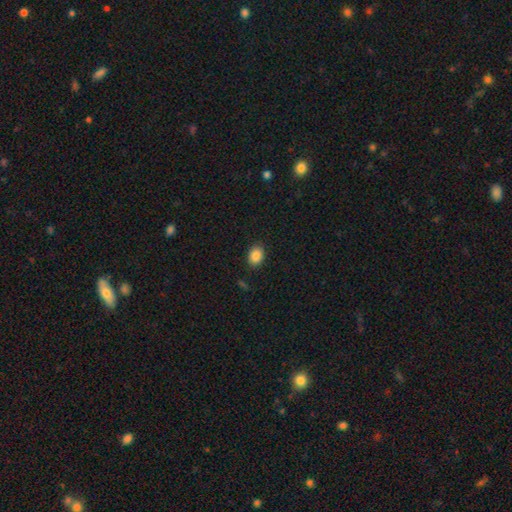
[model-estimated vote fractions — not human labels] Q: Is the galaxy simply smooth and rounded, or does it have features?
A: smooth — 87%.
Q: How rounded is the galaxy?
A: in between — 65%.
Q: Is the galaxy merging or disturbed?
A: none — 87%.